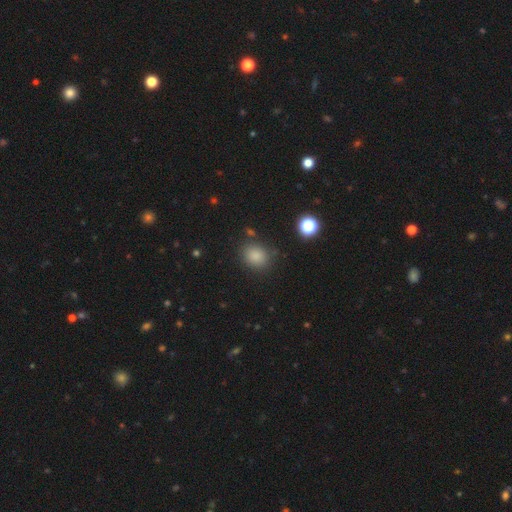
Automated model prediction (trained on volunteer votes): A smooth galaxy with no disk features (84%) that is round (67%).

Vote fractions:
- Smooth or featured? smooth: 84% / star or artifact: 12% / featured or disk: 4%
- How rounded? round: 67% / in between: 32% / cigar-shaped: 1%
- Merging? none: 81% / minor disturbance: 12% / major disturbance: 4% / merger: 4%